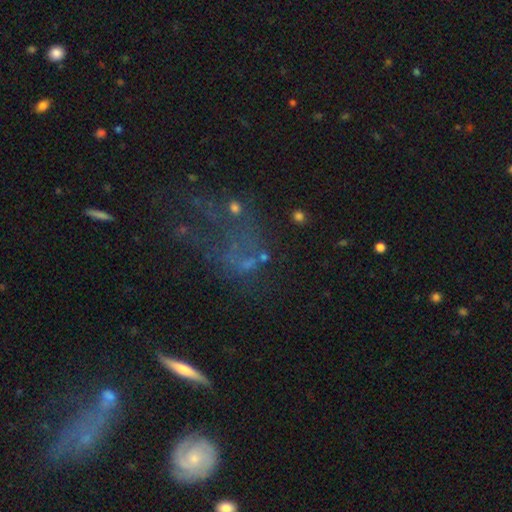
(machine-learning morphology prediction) Smooth or featured: featured or disk — 44% (star or artifact — 30%)
Merging: none — 38% (major disturbance — 35%)